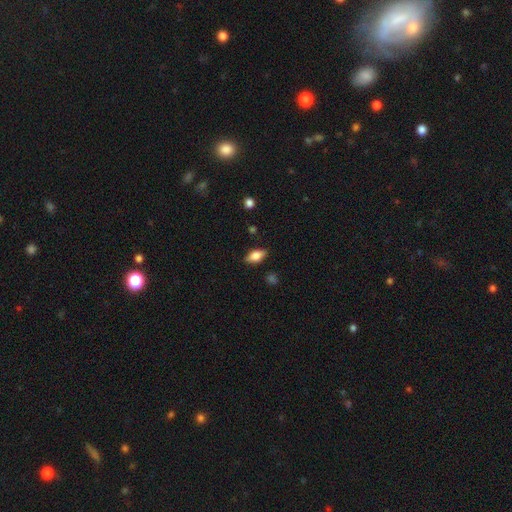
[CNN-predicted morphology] The model was most divided on "smooth or featured": smooth: 70%, featured or disk: 22%, star or artifact: 8%. More confident: how rounded — in between (85%); merging — none (84%).